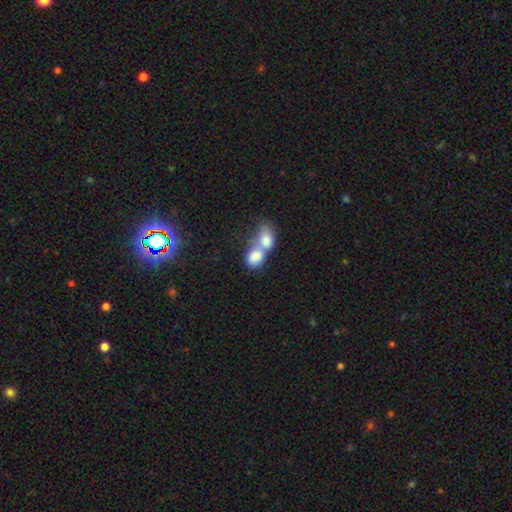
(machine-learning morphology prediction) smooth-or-featured: smooth: 79% | featured or disk: 14% | star or artifact: 7%
  how-rounded: in between: 72% | round: 26% | cigar-shaped: 2%
  merging: merger: 80% | none: 12% | minor disturbance: 5% | major disturbance: 3%